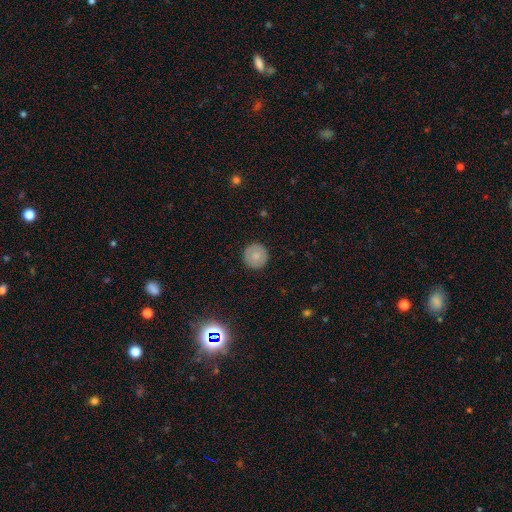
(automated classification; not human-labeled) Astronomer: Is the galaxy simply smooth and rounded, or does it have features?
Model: smooth — 81%.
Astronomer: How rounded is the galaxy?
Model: round — 96%.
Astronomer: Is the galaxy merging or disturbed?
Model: none — 91%.